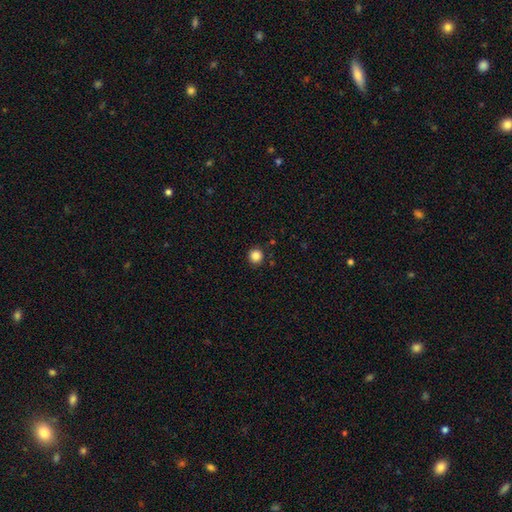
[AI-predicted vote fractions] The model was most divided on "smooth or featured": smooth: 85%, star or artifact: 11%, featured or disk: 4%. More confident: how rounded — round (94%); merging — none (91%).